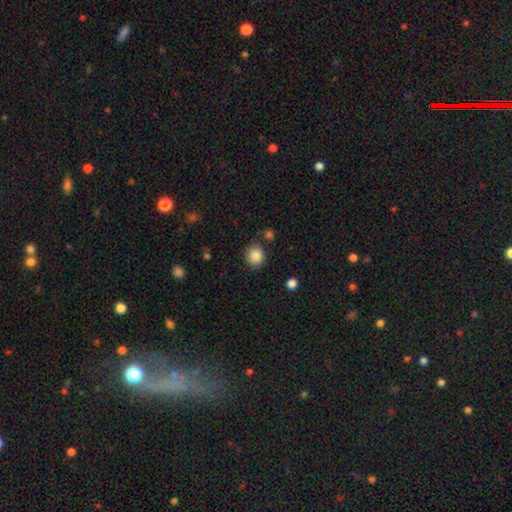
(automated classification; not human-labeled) Smooth or featured?
  - smooth: 86% *
  - star or artifact: 9%
  - featured or disk: 4%
How rounded?
  - round: 85% *
  - in between: 14%
  - cigar-shaped: 1%
Merging?
  - none: 84% *
  - minor disturbance: 10%
  - merger: 3%
  - major disturbance: 3%